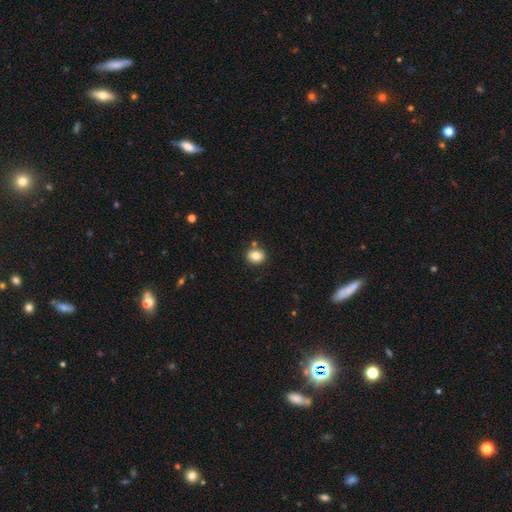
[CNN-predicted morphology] This appears to be a smooth galaxy with no disk features (81%) that is round (68%). Merging: none (81%).